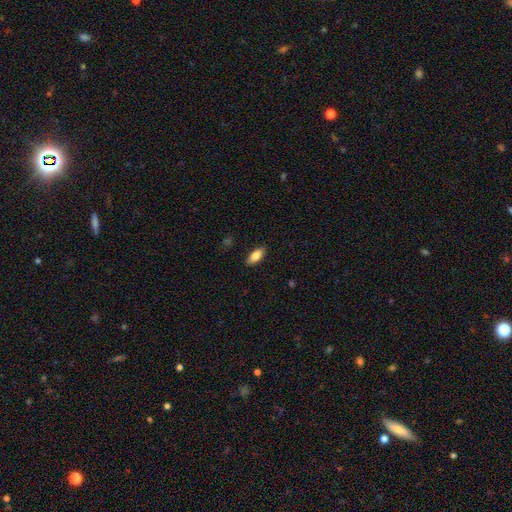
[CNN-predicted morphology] type=smooth (81%); roundness=in between (81%); merging=none (88%).